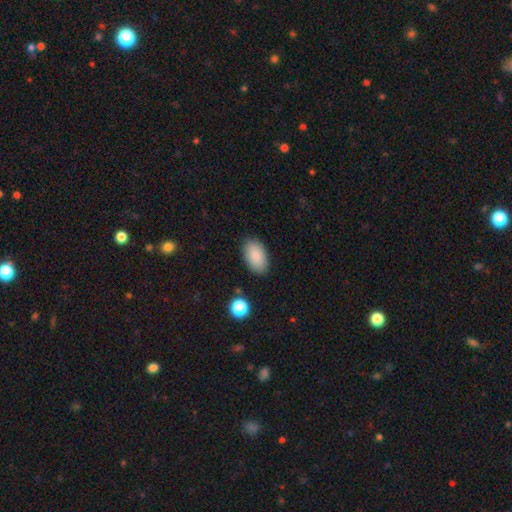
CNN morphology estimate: This is clearly a smooth galaxy (88%). How rounded: clearly in between (94%). Merging: clearly none (86%).